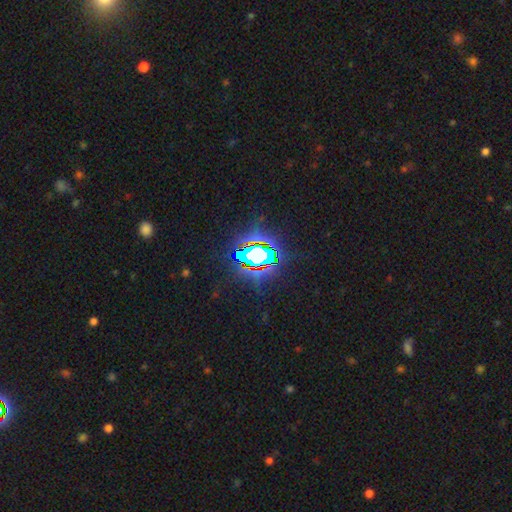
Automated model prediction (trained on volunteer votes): Smooth or featured? star or artifact (77%)